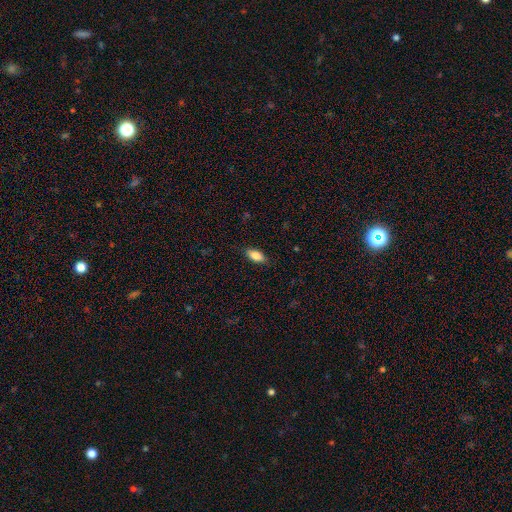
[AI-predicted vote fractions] A smooth galaxy with no disk features (84%) that is in between round and cigar-shaped (88%).

Vote fractions:
- Smooth or featured? smooth: 84% / featured or disk: 9% / star or artifact: 7%
- How rounded? in between: 88% / cigar-shaped: 9% / round: 3%
- Merging? none: 86% / minor disturbance: 11% / major disturbance: 2% / merger: 1%